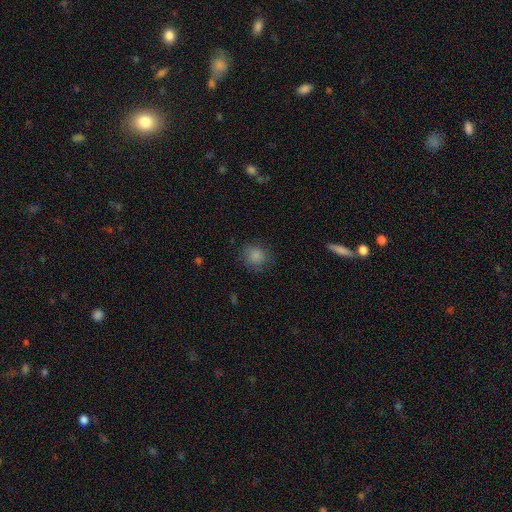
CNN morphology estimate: Smooth or featured? Predicted: smooth (p=0.85). How rounded? Predicted: round (p=0.81). Merging? Predicted: none (p=0.79).